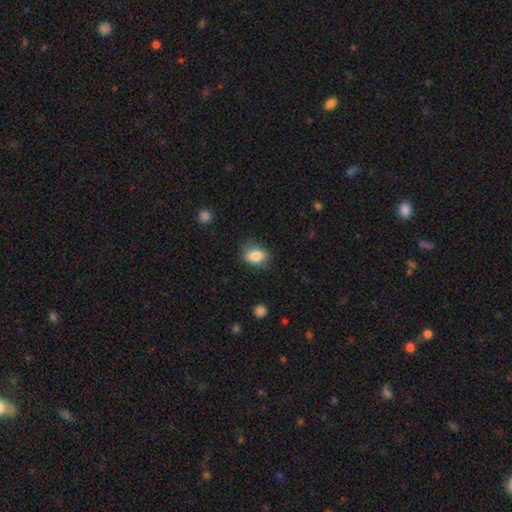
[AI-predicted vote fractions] Overall: smooth (84%). How rounded: in between (78%). Merging: none (80%).